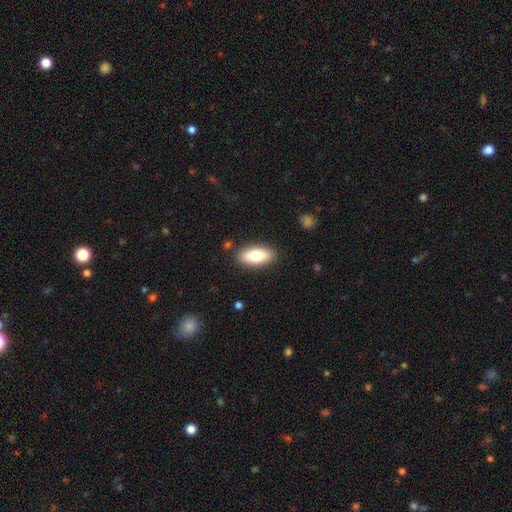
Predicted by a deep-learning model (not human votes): Smooth or featured? Predicted: smooth (p=0.75). How rounded? Predicted: in between (p=0.81). Merging? Predicted: none (p=0.87).